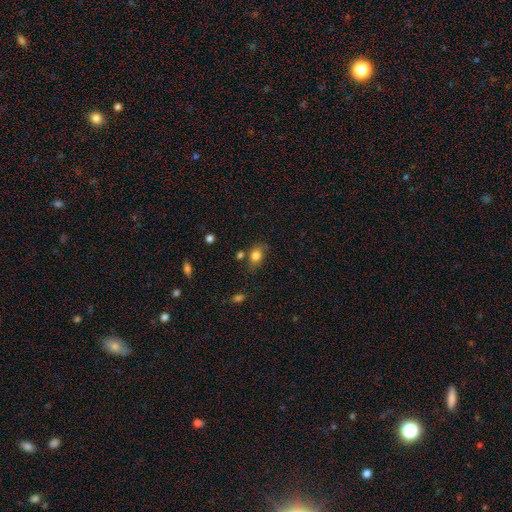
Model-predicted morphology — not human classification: A smooth galaxy with no disk features (80%) that is in between round and cigar-shaped (67%).

Vote fractions:
- Smooth or featured? smooth: 80% / star or artifact: 10% / featured or disk: 10%
- How rounded? in between: 67% / round: 30% / cigar-shaped: 2%
- Merging? none: 63% / minor disturbance: 22% / merger: 9% / major disturbance: 6%